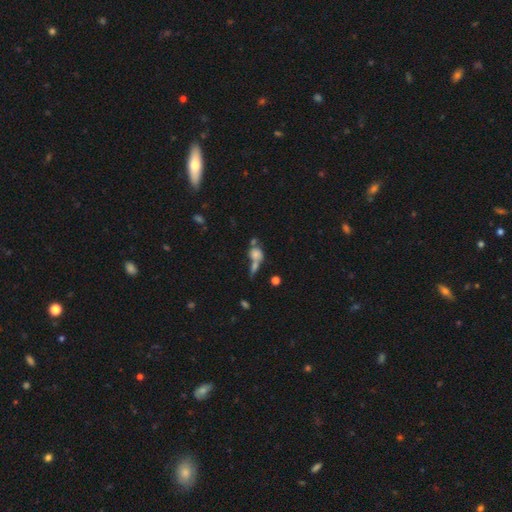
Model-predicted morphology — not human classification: Smooth or featured: smooth — 69% (featured or disk — 18%)
How rounded: round — 51% (in between — 43%)
Merging: merger — 50% (none — 28%)